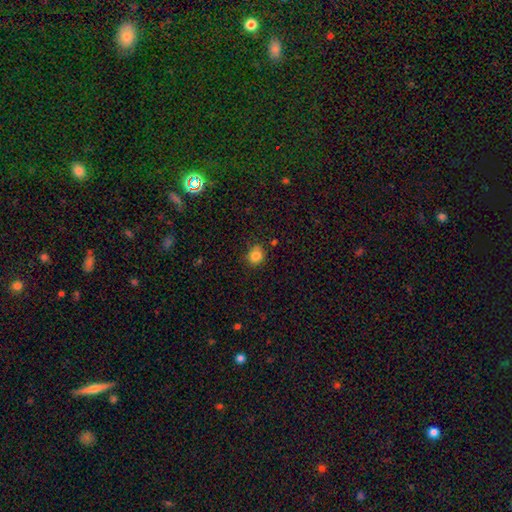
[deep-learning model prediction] The model was most divided on "how rounded": round: 79%, in between: 20%, cigar-shaped: 1%. More confident: smooth or featured — smooth (83%); merging — none (81%).